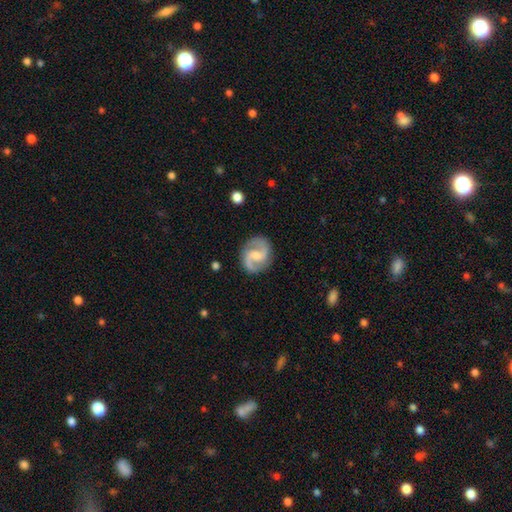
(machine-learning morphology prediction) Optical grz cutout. It shows a featured or disk galaxy (88%) with a weak bar (50%), 2 (93%) medium (58%) spiral arms (97%) and a moderate central bulge (46%). Merging: none (85%).